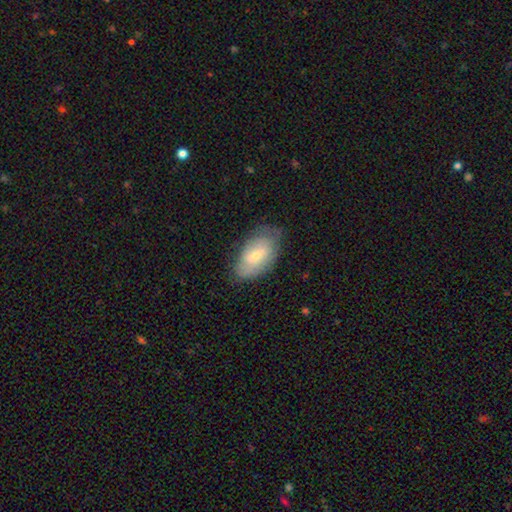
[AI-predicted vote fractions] smooth_or_featured: smooth (p=0.59) [alt: featured or disk p=0.35]
how_rounded: in between (p=0.93) [alt: round p=0.05]
merging: none (p=0.67) [alt: minor disturbance p=0.25]